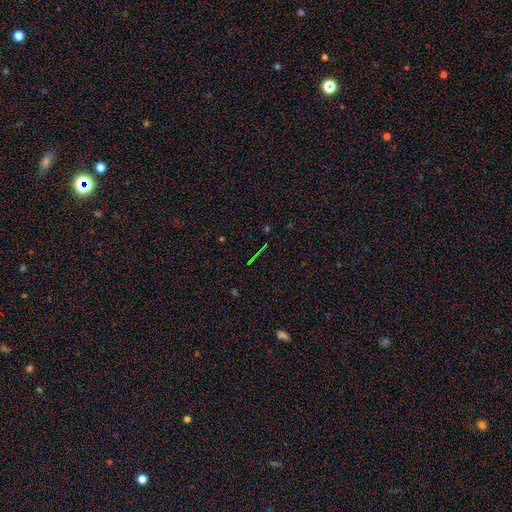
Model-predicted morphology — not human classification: Smooth or featured? star or artifact (72%)